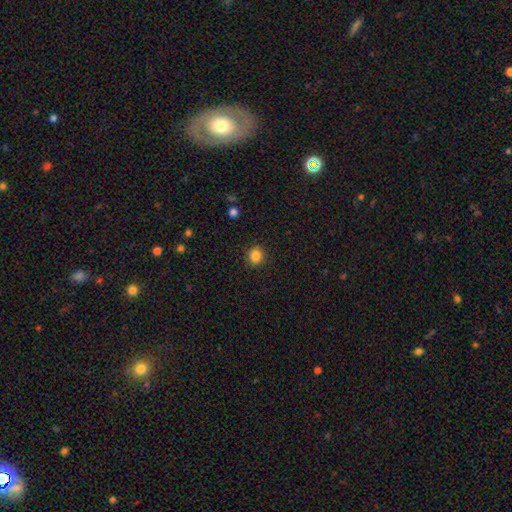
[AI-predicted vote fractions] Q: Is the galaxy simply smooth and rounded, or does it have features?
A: smooth — 85%.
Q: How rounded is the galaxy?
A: round — 85%.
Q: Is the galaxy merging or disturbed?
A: none — 90%.